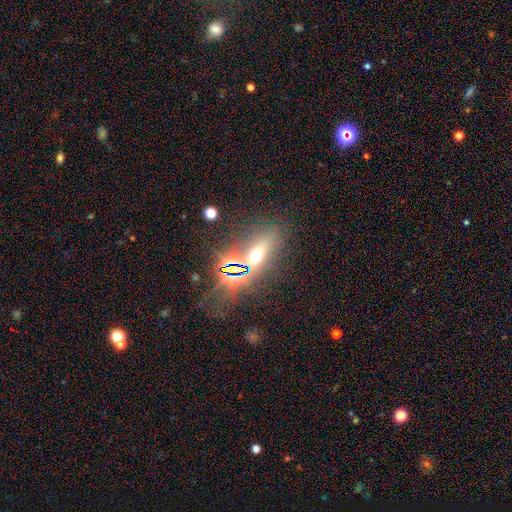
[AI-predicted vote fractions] Morphology: type=star or artifact (42%).